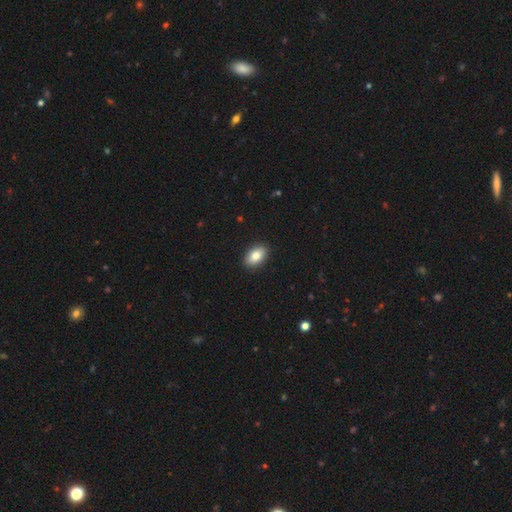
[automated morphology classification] Overall: smooth (84%). How rounded: in between (91%). Merging: none (90%).